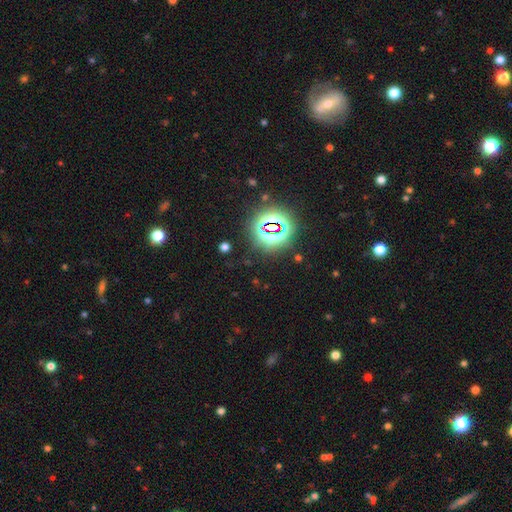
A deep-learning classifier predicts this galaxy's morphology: This is likely a star or artifact rather than a galaxy (78%).